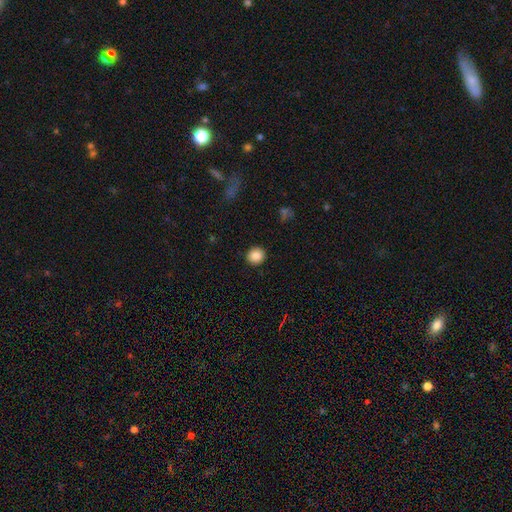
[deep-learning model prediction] Smooth or featured? Predicted: smooth (p=0.88). How rounded? Predicted: round (p=0.89). Merging? Predicted: none (p=0.92).